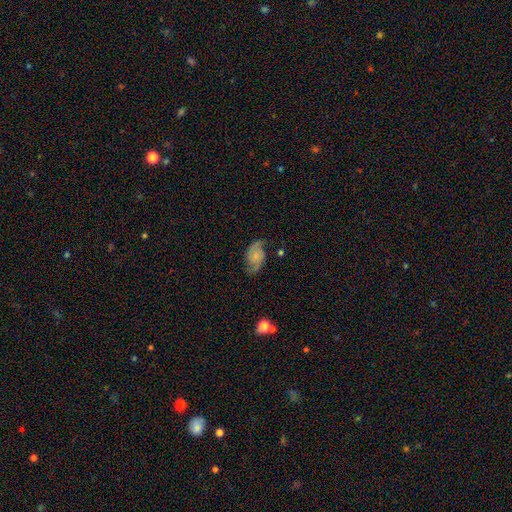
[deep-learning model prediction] Smooth or featured: featured or disk — 80% (smooth — 13%)
Edge-on disk: no — 97% (yes — 3%)
Bar: no — 67% (weak — 28%)
Spiral arms: yes — 96% (no — 4%)
Spiral winding: medium — 48% (loose — 31%)
Spiral arm count: 2 — 91% (can't tell — 4%)
Bulge size: small — 57% (none — 20%)
Merging: none — 73% (minor disturbance — 17%)